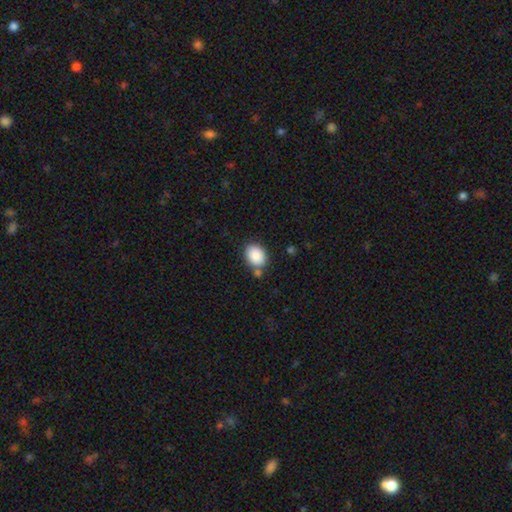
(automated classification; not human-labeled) Q: Smooth or featured?
A: smooth (89%); runner-up: star or artifact (7%)
Q: How rounded?
A: in between (69%); runner-up: round (30%)
Q: Merging?
A: none (72%); runner-up: minor disturbance (14%)